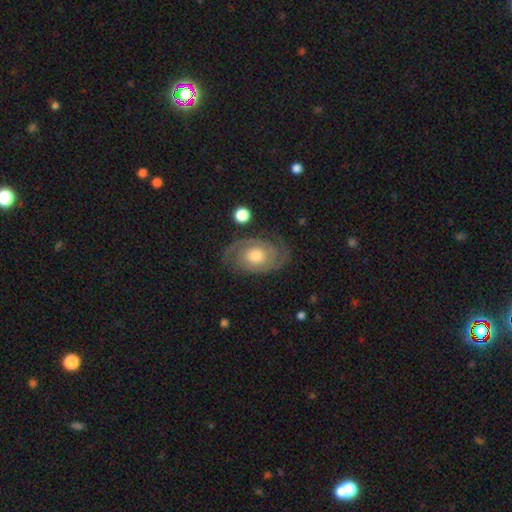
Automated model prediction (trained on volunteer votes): This appears to be a featured or disk galaxy (85%) with no bar (78%), 2 (86%) tight (63%) spiral arms (95%) and a moderate central bulge (69%). Merging: none (82%).